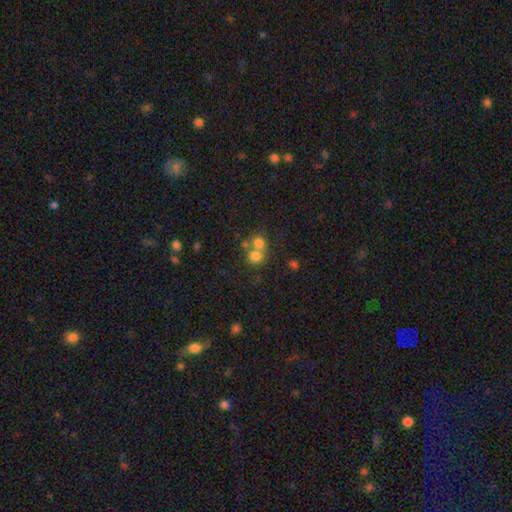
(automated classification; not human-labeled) Morphology: type=smooth (73%); roundness=round (82%); merging=merger (52%).